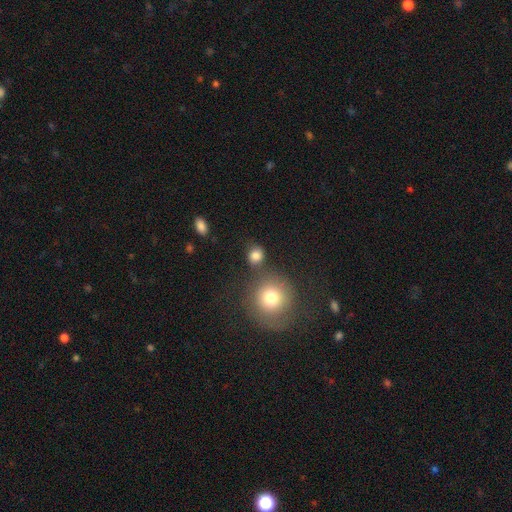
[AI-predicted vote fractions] A smooth galaxy with no disk features (81%) that is round (78%). Merging: none (68%).